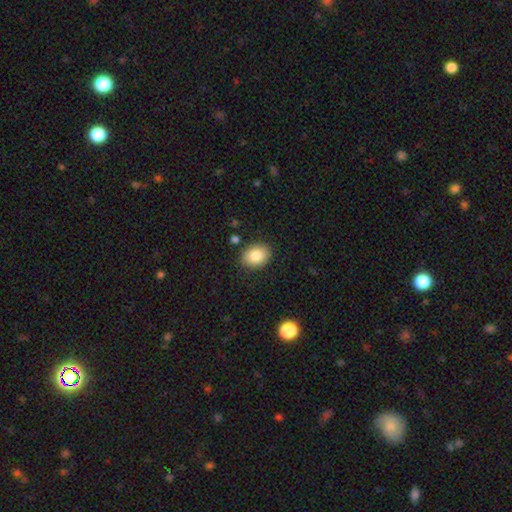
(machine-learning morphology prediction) Q: Smooth or featured?
A: smooth (86%); runner-up: star or artifact (8%)
Q: How rounded?
A: in between (71%); runner-up: round (28%)
Q: Merging?
A: none (86%); runner-up: minor disturbance (9%)